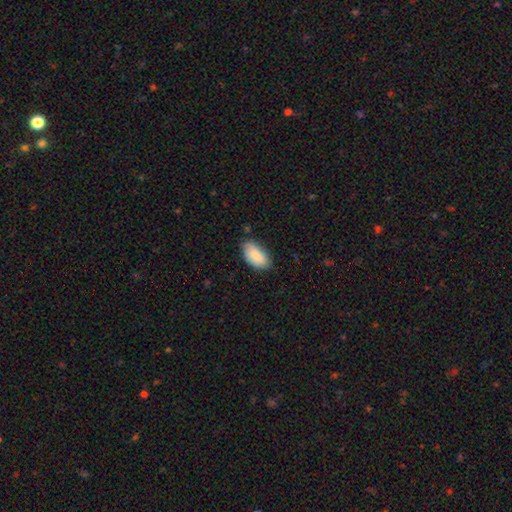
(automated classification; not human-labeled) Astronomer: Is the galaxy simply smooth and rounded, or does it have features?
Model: smooth — 88%.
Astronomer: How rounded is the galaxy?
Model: in between — 94%.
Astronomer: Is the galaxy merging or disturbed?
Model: none — 74%.